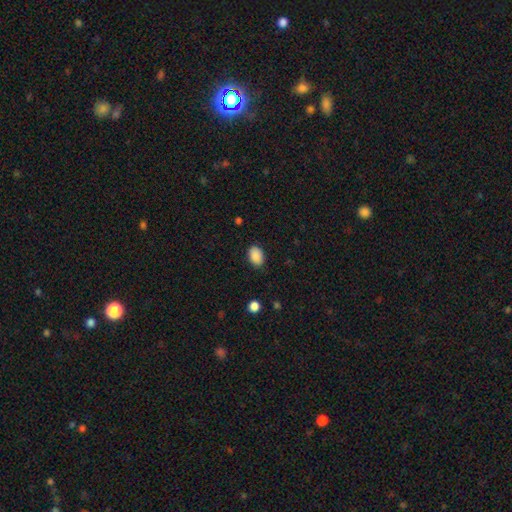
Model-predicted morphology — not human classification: Smooth or featured? smooth (89%)
How rounded? in between (82%)
Merging? none (85%)